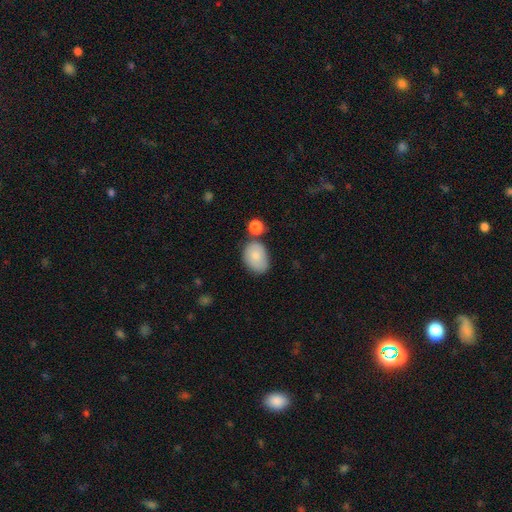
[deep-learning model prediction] Smooth or featured: smooth — 81% (featured or disk — 11%)
How rounded: in between — 75% (round — 24%)
Merging: none — 60% (minor disturbance — 23%)